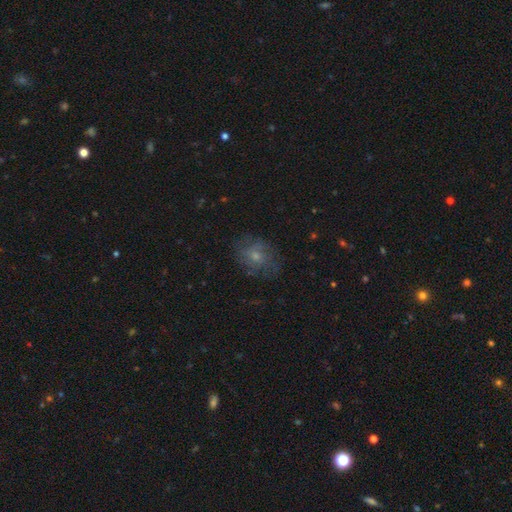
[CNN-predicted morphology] Smooth or featured?
  - smooth: 51% *
  - featured or disk: 37%
  - star or artifact: 12%
How rounded?
  - round: 50% *
  - in between: 49%
  - cigar-shaped: 1%
Merging?
  - none: 66% *
  - minor disturbance: 21%
  - major disturbance: 12%
  - merger: 1%